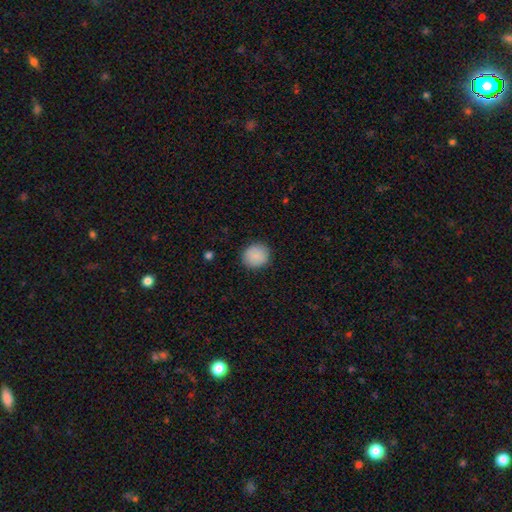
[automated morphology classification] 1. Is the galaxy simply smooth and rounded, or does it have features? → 88% smooth, 8% star or artifact, 4% featured or disk.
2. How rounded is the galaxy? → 90% round, 9% in between, 1% cigar-shaped.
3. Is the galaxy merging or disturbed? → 90% none, 7% minor disturbance, 2% major disturbance, 1% merger.